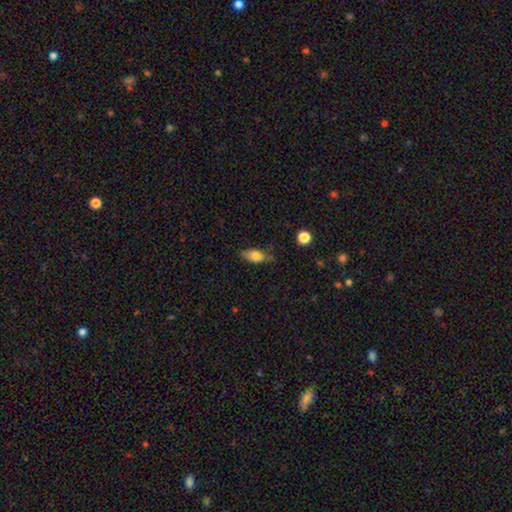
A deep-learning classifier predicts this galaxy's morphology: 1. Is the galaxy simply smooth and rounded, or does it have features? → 75% smooth, 17% featured or disk, 8% star or artifact.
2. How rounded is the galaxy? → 85% in between, 9% cigar-shaped, 6% round.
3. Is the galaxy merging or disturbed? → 63% none, 27% minor disturbance, 7% major disturbance, 3% merger.